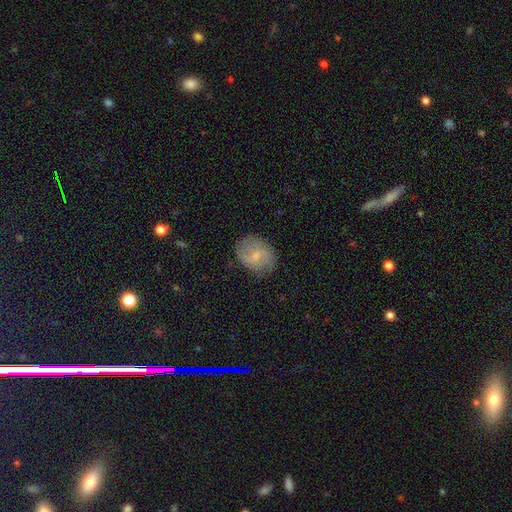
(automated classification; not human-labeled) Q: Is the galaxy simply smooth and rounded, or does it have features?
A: featured or disk — 55%.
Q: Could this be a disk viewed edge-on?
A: no — 97%.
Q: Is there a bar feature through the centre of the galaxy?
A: weak — 49%.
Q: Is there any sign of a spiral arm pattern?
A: yes — 84%.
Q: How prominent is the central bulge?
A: small — 65%.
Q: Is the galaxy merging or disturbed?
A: none — 75%.